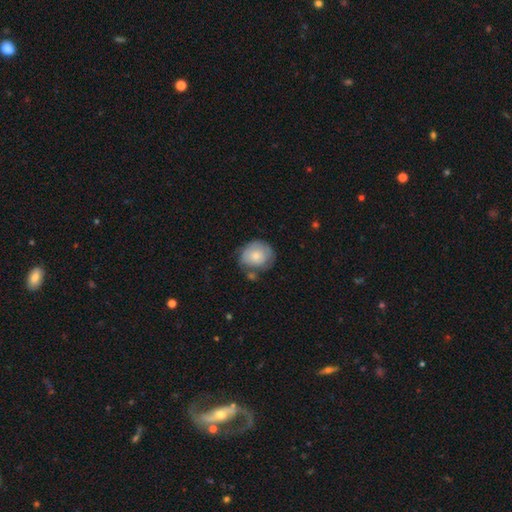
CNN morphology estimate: smooth 68%, featured or disk 25%, star or artifact 6%. Down the decision tree: how rounded — round (76%); merging — none (57%).